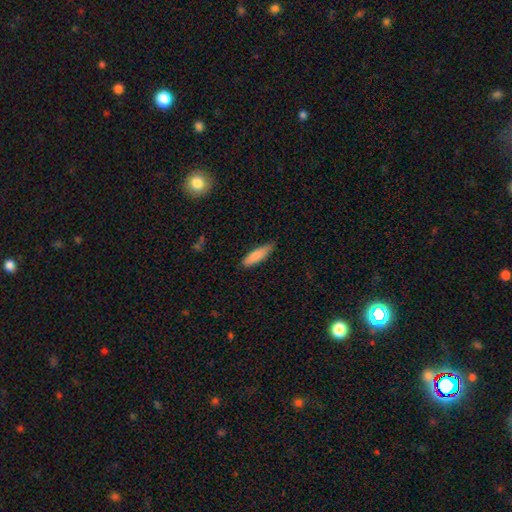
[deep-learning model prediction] Smooth or featured? Predicted: smooth (p=0.84). How rounded? Predicted: cigar-shaped (p=0.61). Merging? Predicted: none (p=0.70).